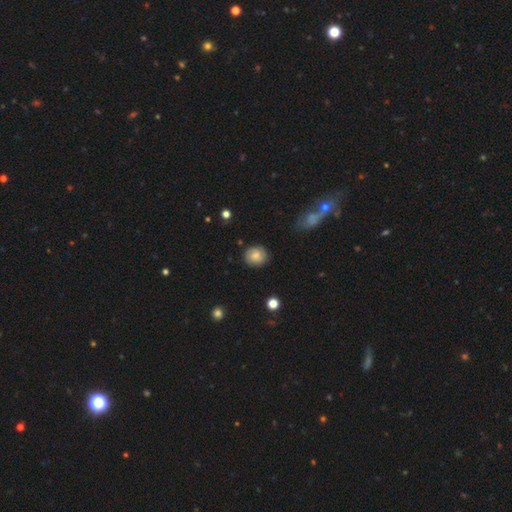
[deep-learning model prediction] Smooth or featured? smooth (67%)
How rounded? round (86%)
Merging? none (83%)